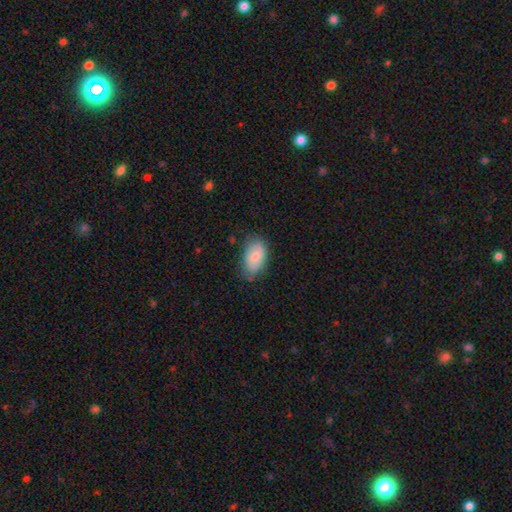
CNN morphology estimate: The model was most divided on "merging": none: 67%, minor disturbance: 26%, major disturbance: 6%, merger: 1%. More confident: how rounded — in between (93%); smooth or featured — smooth (77%).